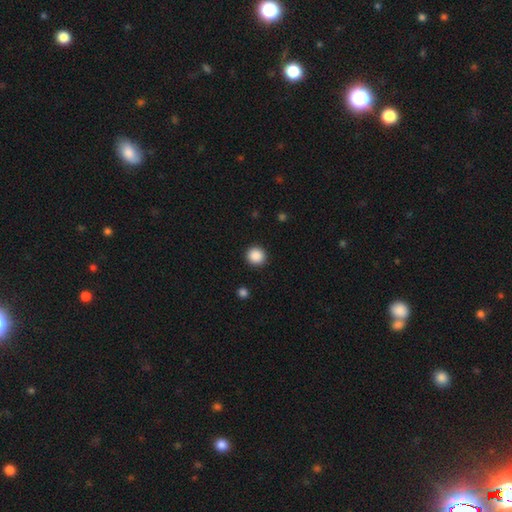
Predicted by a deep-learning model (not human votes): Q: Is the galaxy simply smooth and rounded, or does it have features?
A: smooth — 89%.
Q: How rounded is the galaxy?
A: round — 92%.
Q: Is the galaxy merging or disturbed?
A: none — 92%.